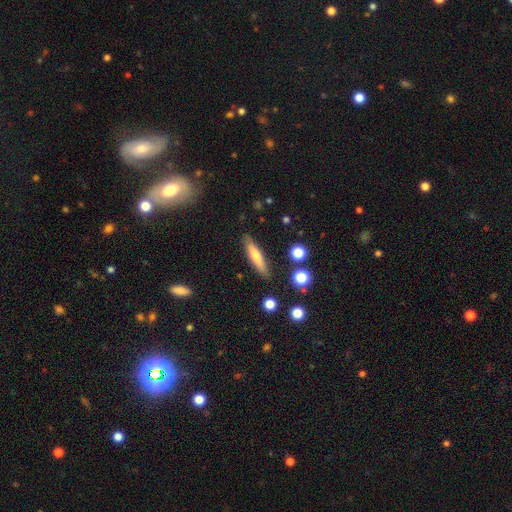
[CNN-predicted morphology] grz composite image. It shows a smooth galaxy with no disk features (63%) that is cigar-shaped (85%). Merging: none (86%).